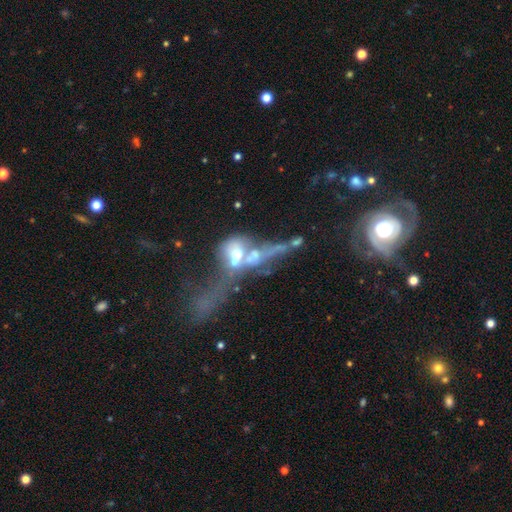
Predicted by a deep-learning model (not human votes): A featured or disk galaxy (56%). Merging: merger (63%).